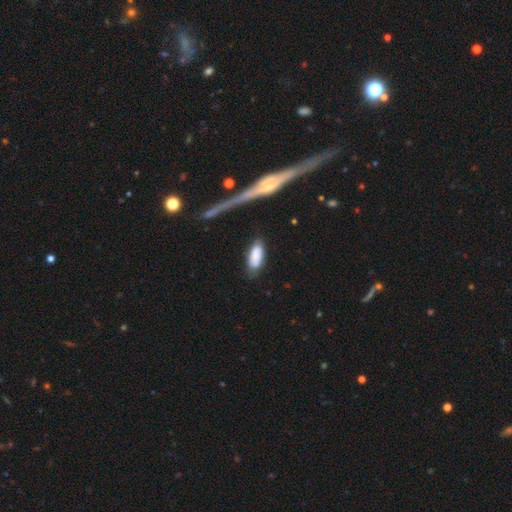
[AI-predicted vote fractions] smooth-or-featured: smooth: 82% | featured or disk: 12% | star or artifact: 7%
  how-rounded: in between: 84% | cigar-shaped: 14% | round: 2%
  merging: none: 71% | minor disturbance: 20% | major disturbance: 5% | merger: 4%